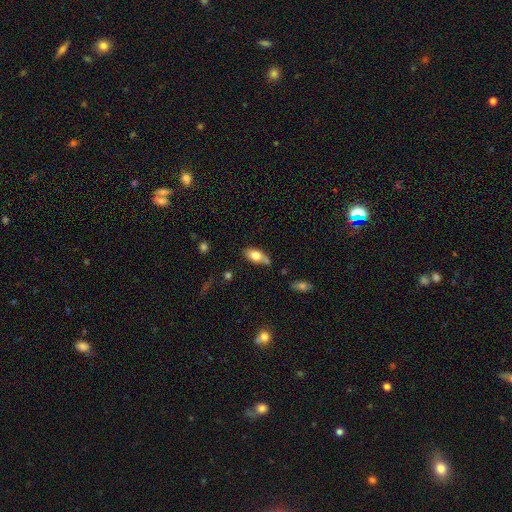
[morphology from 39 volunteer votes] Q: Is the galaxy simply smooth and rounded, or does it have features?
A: smooth — 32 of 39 (82%).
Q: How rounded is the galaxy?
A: in between — 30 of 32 (94%).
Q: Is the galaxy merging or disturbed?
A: none — 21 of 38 (55%).